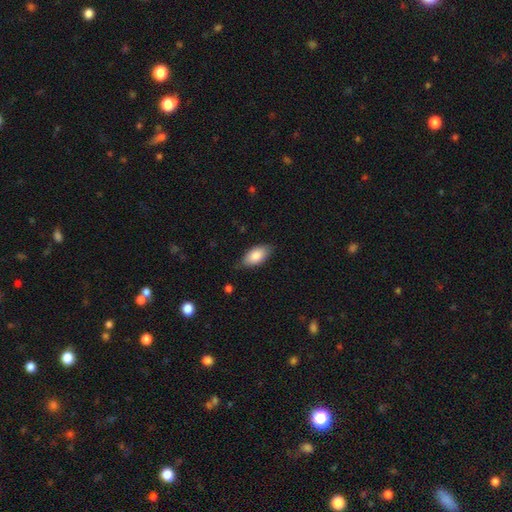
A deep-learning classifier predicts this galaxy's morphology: This is clearly a smooth galaxy (85%). How rounded: clearly in between (92%). Merging: likely none (77%).